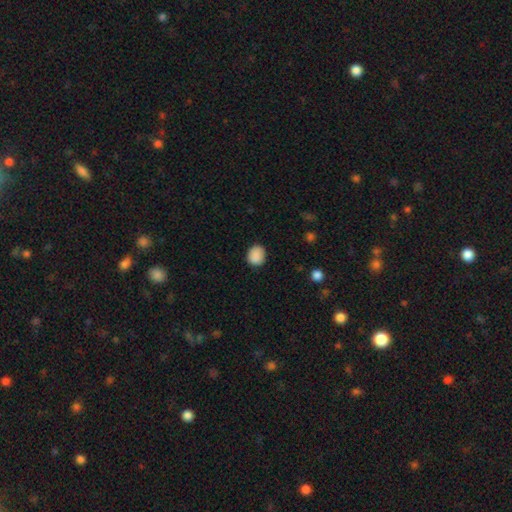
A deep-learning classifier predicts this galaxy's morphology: The model was most divided on "how rounded": round: 69%, in between: 31%, cigar-shaped: 1%. More confident: smooth or featured — smooth (89%); merging — none (86%).